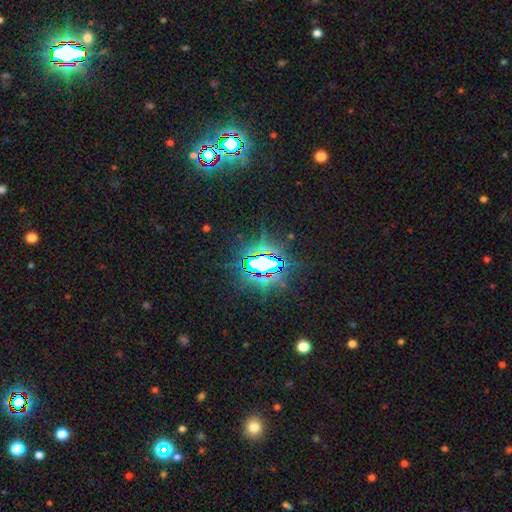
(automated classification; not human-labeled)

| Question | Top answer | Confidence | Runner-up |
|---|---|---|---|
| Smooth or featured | star or artifact | 85% | smooth (8%) |